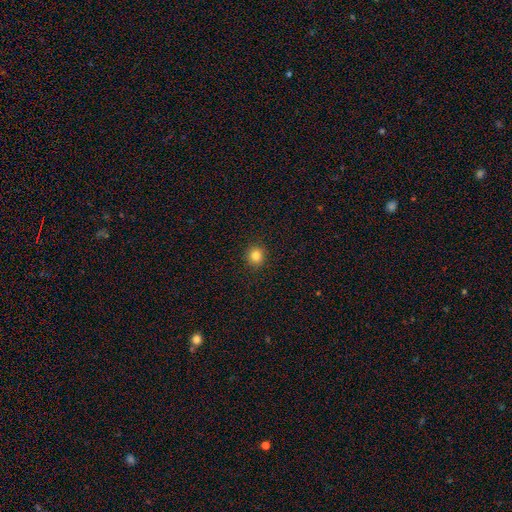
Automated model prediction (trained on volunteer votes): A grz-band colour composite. It shows a smooth galaxy with no disk features (83%) that is round (89%). Merging: none (92%).